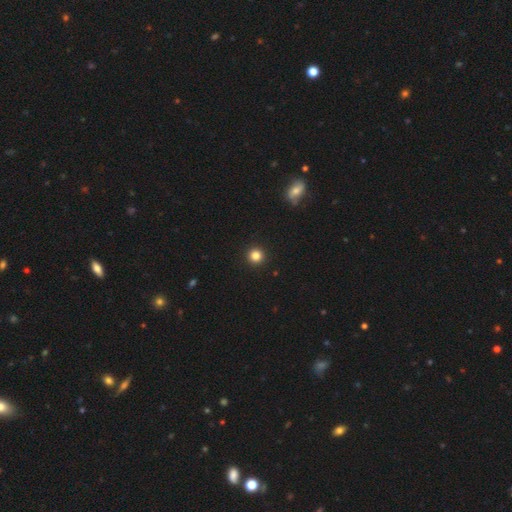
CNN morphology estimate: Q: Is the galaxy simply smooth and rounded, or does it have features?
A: smooth — 84%.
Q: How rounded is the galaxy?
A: round — 95%.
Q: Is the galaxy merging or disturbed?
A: none — 94%.